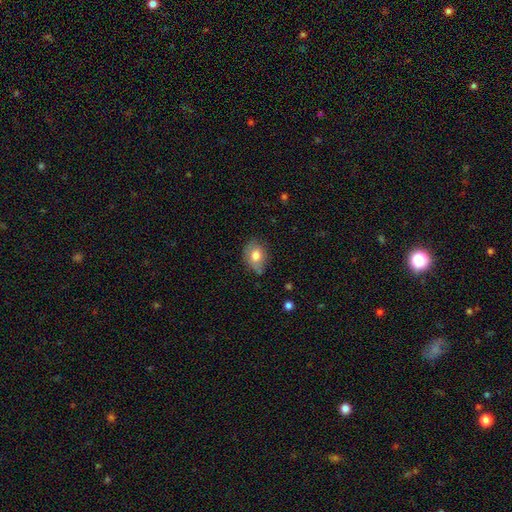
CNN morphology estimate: A smooth galaxy with no disk features (76%) that is in between round and cigar-shaped (61%). Merging: none (64%).